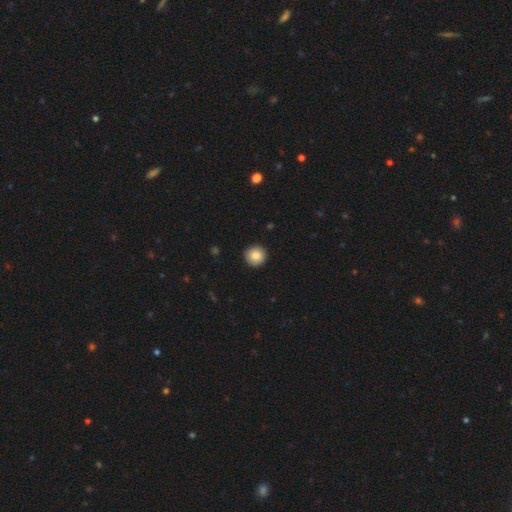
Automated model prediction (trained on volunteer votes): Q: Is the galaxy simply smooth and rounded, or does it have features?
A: smooth — 86%.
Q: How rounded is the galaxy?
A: round — 95%.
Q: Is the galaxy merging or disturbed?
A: none — 92%.